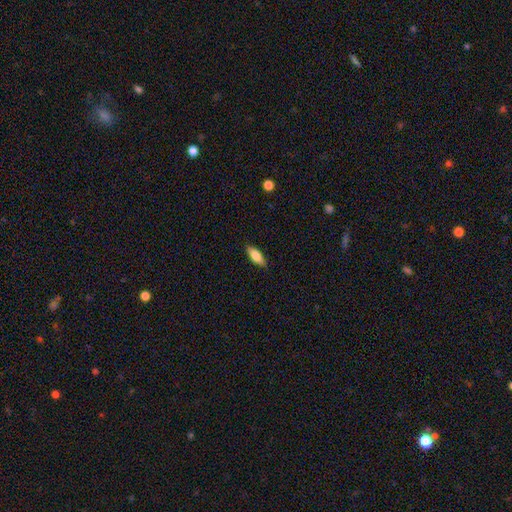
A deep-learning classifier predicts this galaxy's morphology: This appears to be a smooth galaxy with no disk features (78%) that is in between round and cigar-shaped (72%). Merging: none (86%).